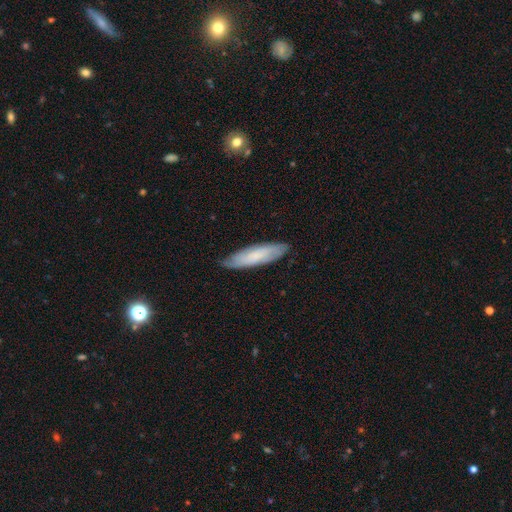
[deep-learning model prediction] Smooth or featured: smooth — 59% (featured or disk — 34%)
How rounded: cigar-shaped — 63% (in between — 36%)
Merging: none — 81% (minor disturbance — 16%)